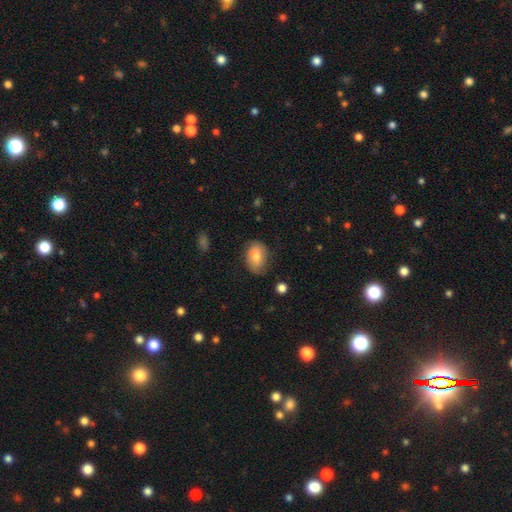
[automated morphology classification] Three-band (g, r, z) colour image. It shows a smooth galaxy with no disk features (73%) that is in between round and cigar-shaped (82%). Merging: none (64%).